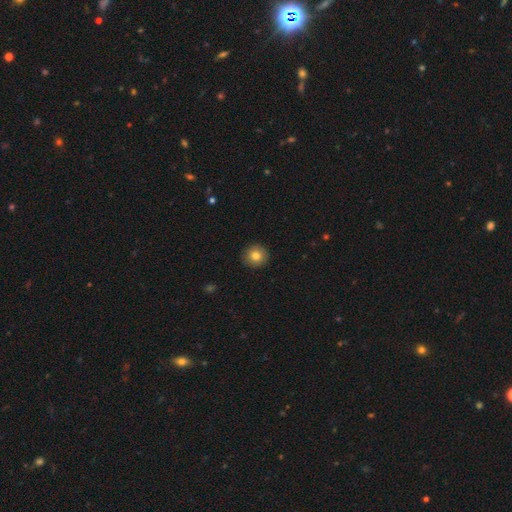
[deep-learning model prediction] Smooth or featured?
  - smooth: 81% *
  - featured or disk: 10%
  - star or artifact: 9%
How rounded?
  - round: 93% *
  - in between: 6%
  - cigar-shaped: 1%
Merging?
  - none: 91% *
  - minor disturbance: 6%
  - major disturbance: 2%
  - merger: 1%